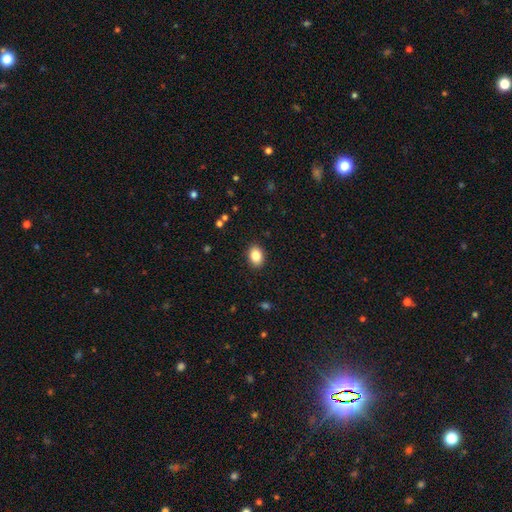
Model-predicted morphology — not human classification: This is clearly a smooth galaxy (85%). How rounded: likely in between (73%). Merging: clearly none (89%).